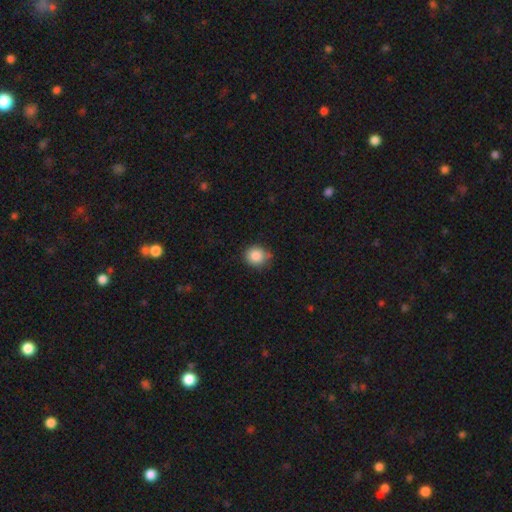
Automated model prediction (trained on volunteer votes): Smooth or featured? Predicted: smooth (p=0.87). How rounded? Predicted: round (p=0.85). Merging? Predicted: none (p=0.71).